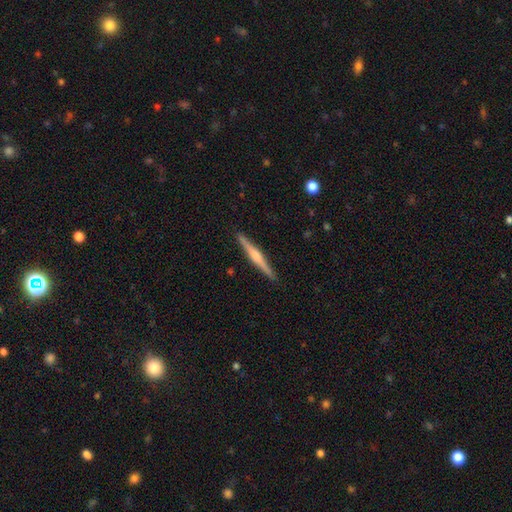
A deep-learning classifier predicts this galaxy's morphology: smooth_or_featured: featured or disk (p=0.70) [alt: smooth p=0.25]
disk_edge_on: yes (p=0.98) [alt: no p=0.02]
edge_on_bulge: rounded (p=0.77) [alt: boxy p=0.13]
merging: none (p=0.92) [alt: minor disturbance p=0.06]